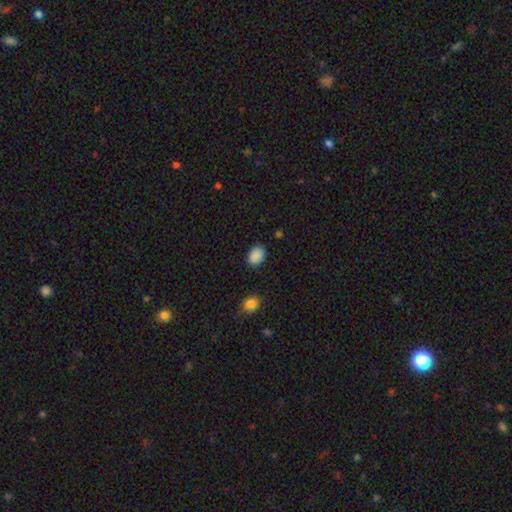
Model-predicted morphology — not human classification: Smooth or featured: smooth — 88% (star or artifact — 8%)
How rounded: in between — 77% (round — 22%)
Merging: none — 81% (minor disturbance — 14%)